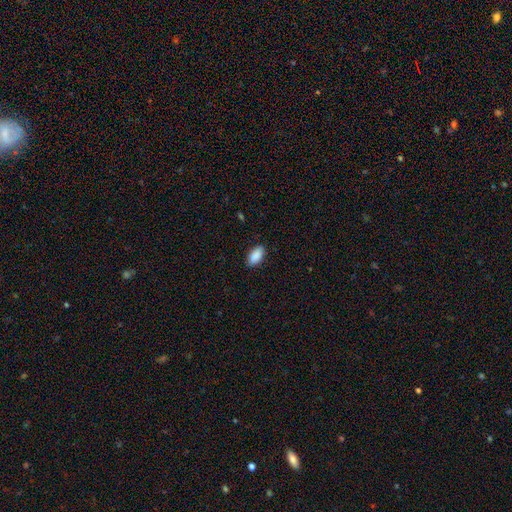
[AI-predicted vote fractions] This appears to be a smooth galaxy with no disk features (90%) that is in between round and cigar-shaped (94%). Merging: none (87%).